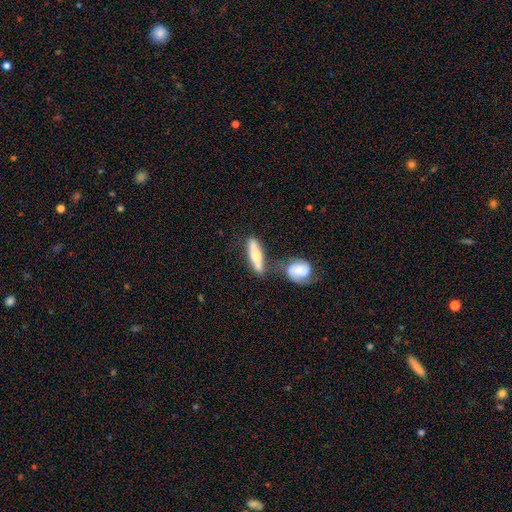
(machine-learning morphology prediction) Smooth or featured?
  - featured or disk: 51% *
  - smooth: 43%
  - star or artifact: 6%
Edge-on disk?
  - yes: 79% *
  - no: 21%
Merging?
  - none: 60% *
  - merger: 20%
  - minor disturbance: 15%
  - major disturbance: 6%